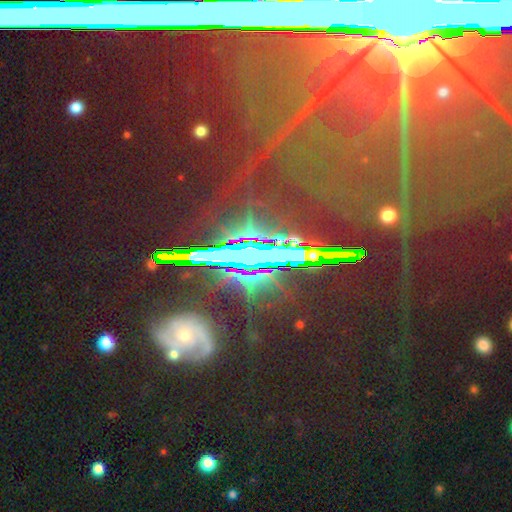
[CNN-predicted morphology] The model was most divided on "smooth or featured": star or artifact: 67%, featured or disk: 19%, smooth: 14%.